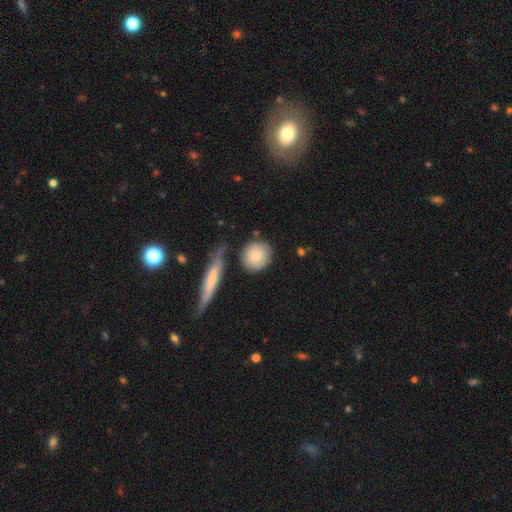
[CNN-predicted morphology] Overall: smooth (81%). How rounded: round (79%). Merging: none (72%).